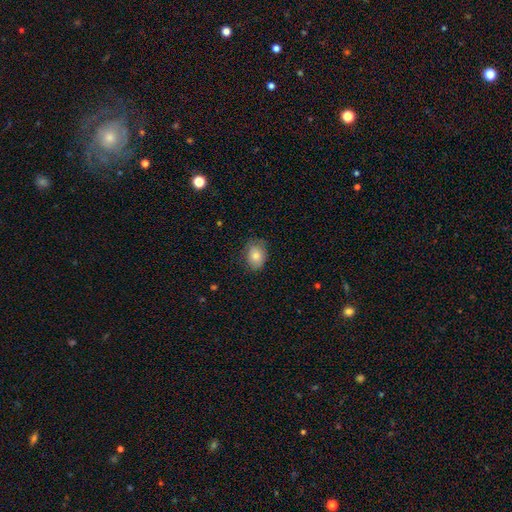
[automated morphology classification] The model was most divided on "how rounded": in between: 73%, round: 26%, cigar-shaped: 1%. More confident: smooth or featured — smooth (80%); merging — none (73%).